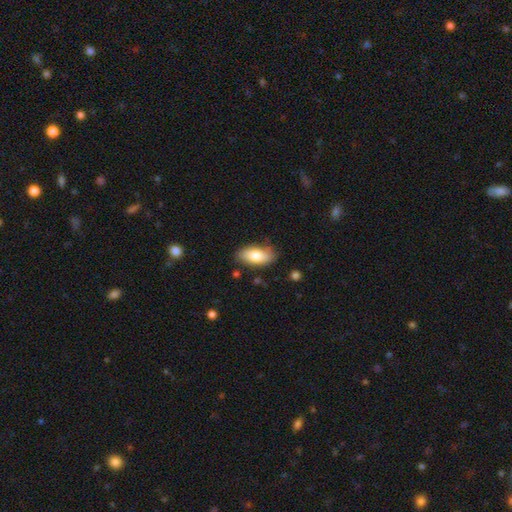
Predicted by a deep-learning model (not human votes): This appears to be a smooth galaxy with no disk features (77%) that is in between round and cigar-shaped (89%). Merging: none (80%).